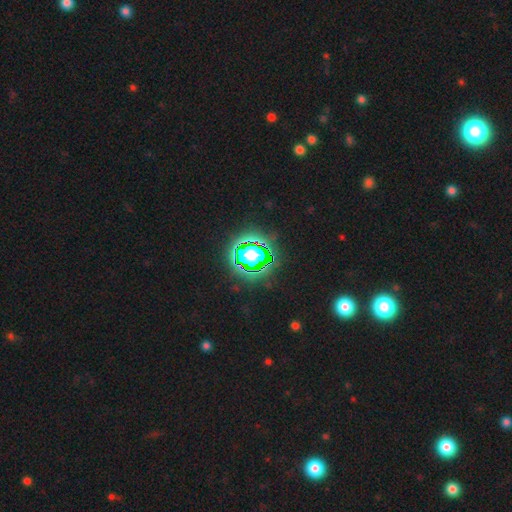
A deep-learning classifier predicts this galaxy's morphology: Smooth or featured? star or artifact (77%)